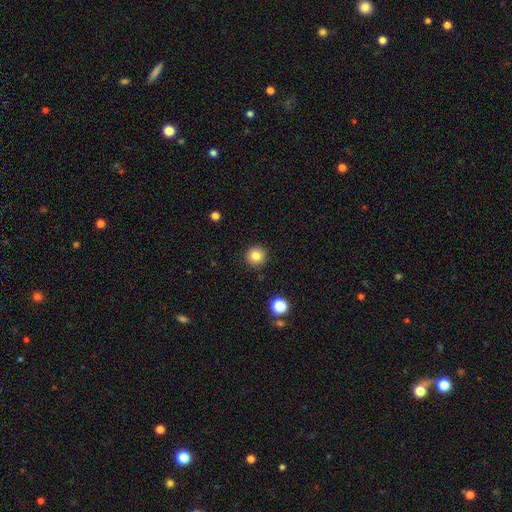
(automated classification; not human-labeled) A smooth galaxy with no disk features (82%) that is round (95%).

Vote fractions:
- Smooth or featured? smooth: 82% / star or artifact: 11% / featured or disk: 7%
- How rounded? round: 95% / in between: 4% / cigar-shaped: 1%
- Merging? none: 92% / minor disturbance: 5% / major disturbance: 2% / merger: 1%